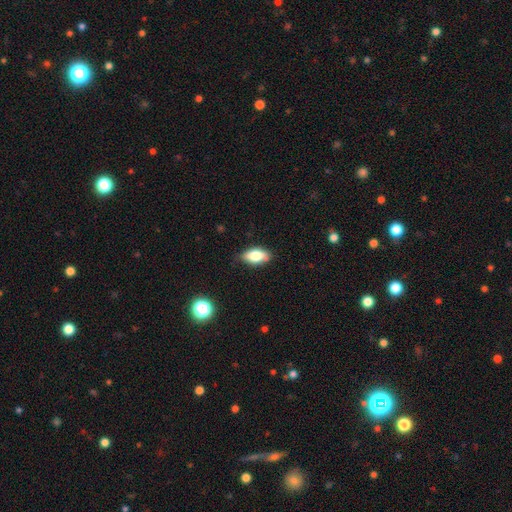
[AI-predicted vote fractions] Smooth or featured? Predicted: smooth (p=0.77). How rounded? Predicted: in between (p=0.88). Merging? Predicted: none (p=0.79).